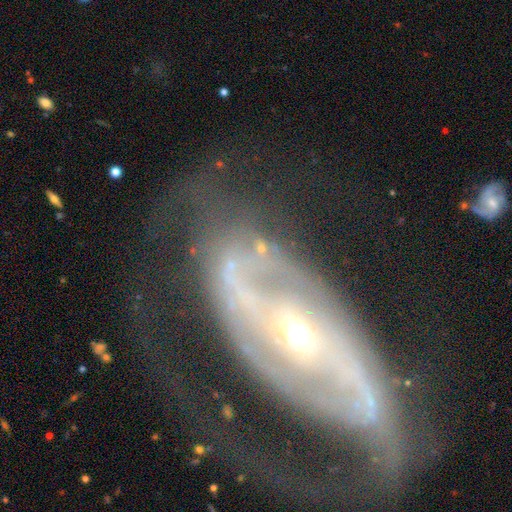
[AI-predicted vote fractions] Smooth or featured? featured or disk (70%)
Edge-on disk? no (92%)
Bar? no (48%)
Spiral arms? yes (64%)
Bulge size? moderate (53%)
Merging? none (46%)